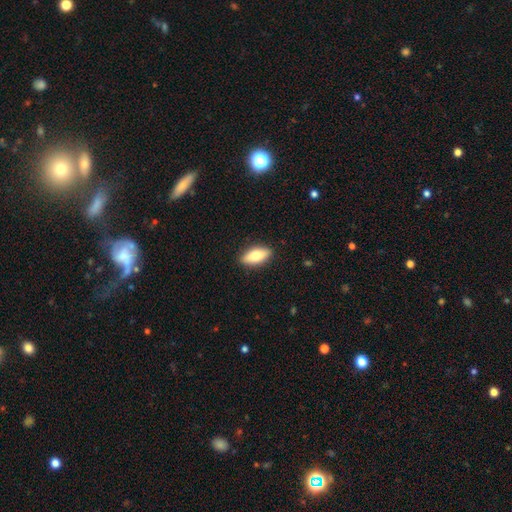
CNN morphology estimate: smooth_or_featured: smooth (p=0.74) [alt: featured or disk p=0.20]
how_rounded: in between (p=0.81) [alt: cigar-shaped p=0.16]
merging: none (p=0.89) [alt: minor disturbance p=0.08]